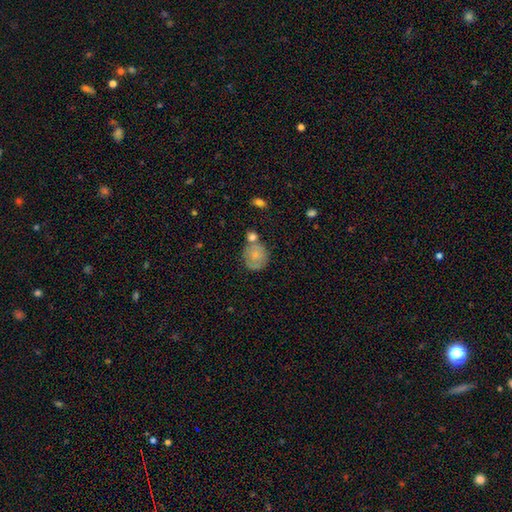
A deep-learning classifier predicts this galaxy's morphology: Smooth or featured? smooth (71%)
How rounded? round (76%)
Merging? none (53%)